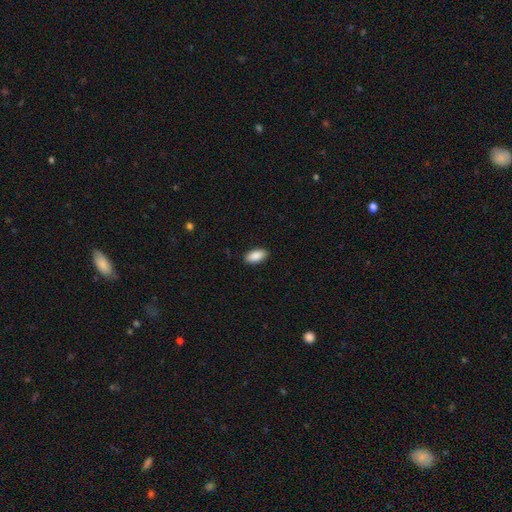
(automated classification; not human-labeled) smooth 90%, star or artifact 7%, featured or disk 4%. Down the decision tree: how rounded — in between (93%); merging — none (89%).